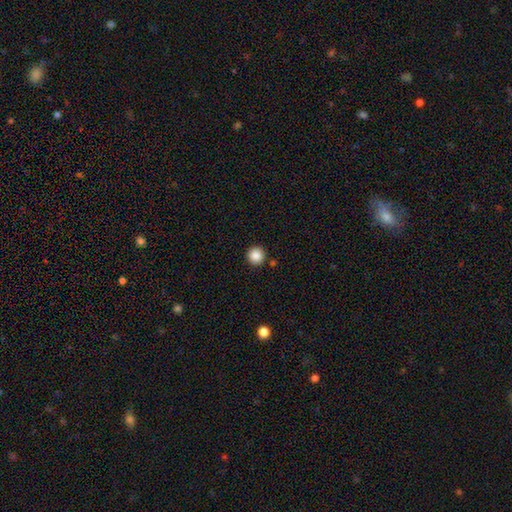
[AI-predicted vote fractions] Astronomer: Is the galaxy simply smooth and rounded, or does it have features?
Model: smooth — 87%.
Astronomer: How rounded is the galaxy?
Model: round — 95%.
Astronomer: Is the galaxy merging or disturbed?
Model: none — 90%.